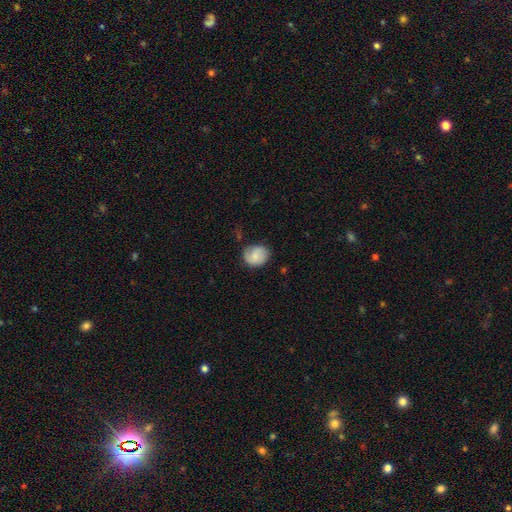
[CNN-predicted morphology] Q: Smooth or featured?
A: smooth (73%); runner-up: featured or disk (20%)
Q: How rounded?
A: round (66%); runner-up: in between (33%)
Q: Merging?
A: none (63%); runner-up: minor disturbance (27%)